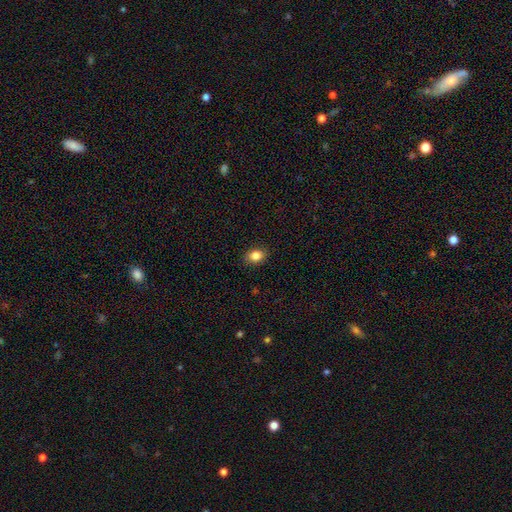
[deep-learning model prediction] The model was most divided on "how rounded": in between: 70%, round: 28%, cigar-shaped: 1%. More confident: merging — none (88%); smooth or featured — smooth (85%).